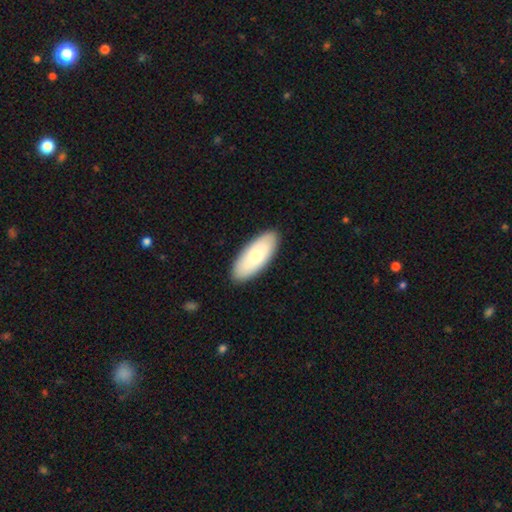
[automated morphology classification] Smooth or featured?
  - smooth: 70% *
  - featured or disk: 25%
  - star or artifact: 5%
How rounded?
  - in between: 84% *
  - cigar-shaped: 14%
  - round: 2%
Merging?
  - none: 89% *
  - minor disturbance: 8%
  - major disturbance: 2%
  - merger: 1%